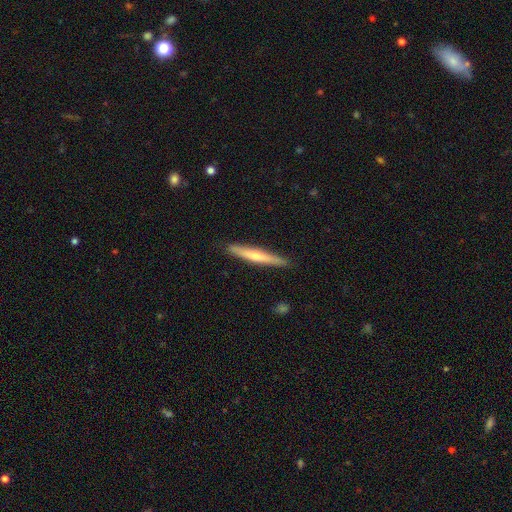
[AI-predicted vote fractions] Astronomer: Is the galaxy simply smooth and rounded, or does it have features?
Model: smooth — 50% (runner-up: featured or disk, 45%).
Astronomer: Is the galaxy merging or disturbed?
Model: none — 90%.